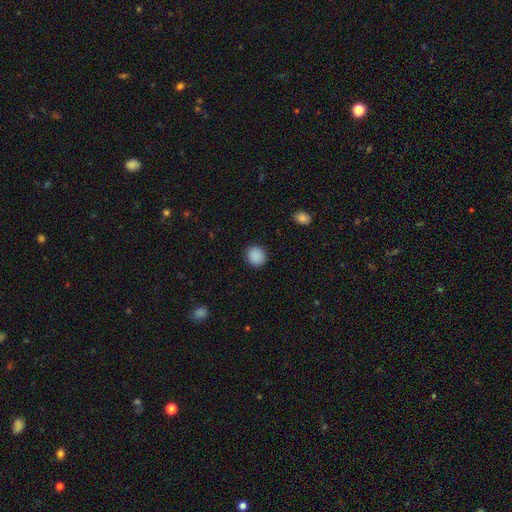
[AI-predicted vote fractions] smooth 89%, star or artifact 8%, featured or disk 2%. Down the decision tree: how rounded — round (86%); merging — none (91%).